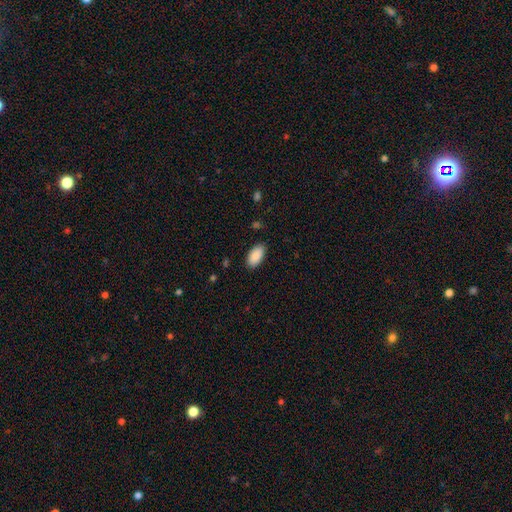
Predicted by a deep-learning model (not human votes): smooth_or_featured: smooth (p=0.90) [alt: star or artifact p=0.06]
how_rounded: in between (p=0.95) [alt: round p=0.02]
merging: none (p=0.86) [alt: minor disturbance p=0.10]